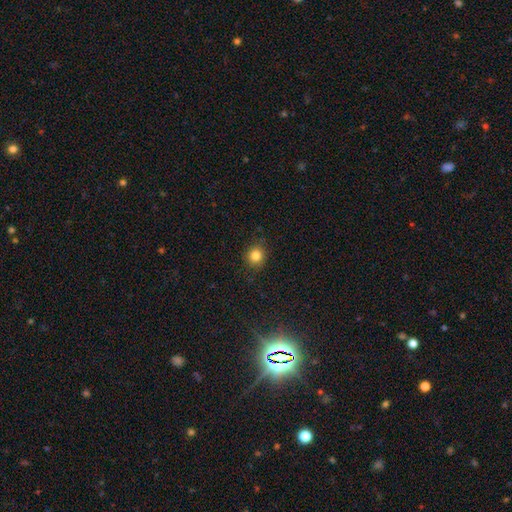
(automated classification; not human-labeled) The model was most divided on "smooth or featured": smooth: 83%, star or artifact: 12%, featured or disk: 5%. More confident: merging — none (87%); how rounded — round (85%).